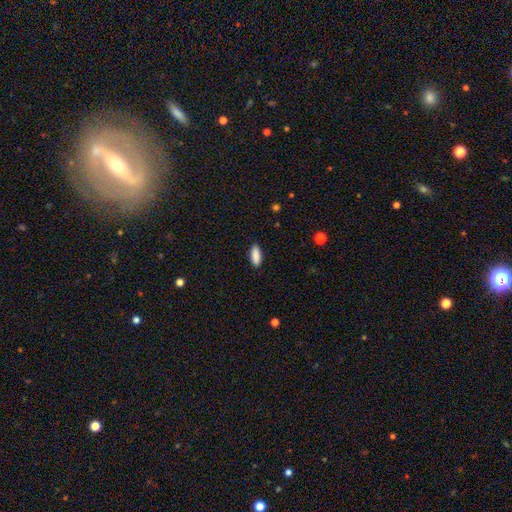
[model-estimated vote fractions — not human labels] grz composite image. It shows a smooth galaxy with no disk features (89%) that is in between round and cigar-shaped (78%). Merging: none (88%).